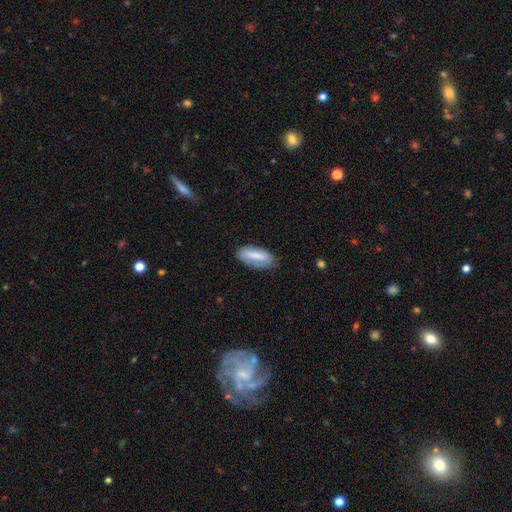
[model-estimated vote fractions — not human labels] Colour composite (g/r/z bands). It shows a smooth galaxy with no disk features (73%) that is in between round and cigar-shaped (79%). Merging: none (72%).